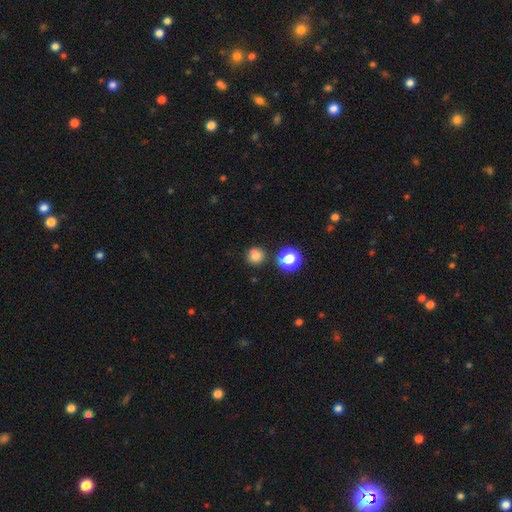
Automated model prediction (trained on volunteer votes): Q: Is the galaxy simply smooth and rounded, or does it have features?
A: smooth — 79%.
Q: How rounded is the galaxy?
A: round — 93%.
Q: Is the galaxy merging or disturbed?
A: none — 81%.